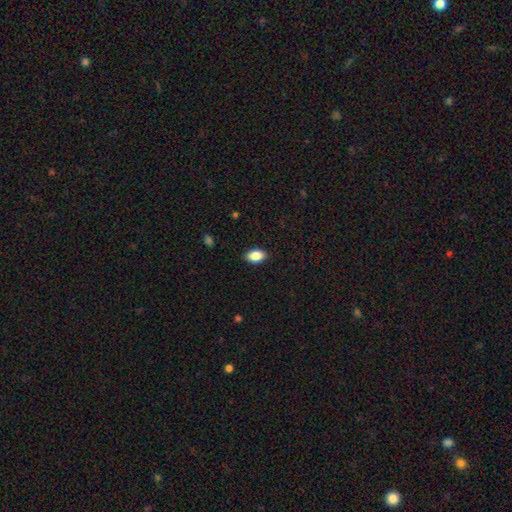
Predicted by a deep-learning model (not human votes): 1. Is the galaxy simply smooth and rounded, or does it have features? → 87% smooth, 8% star or artifact, 5% featured or disk.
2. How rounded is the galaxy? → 90% in between, 8% round, 2% cigar-shaped.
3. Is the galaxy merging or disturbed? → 88% none, 9% minor disturbance, 2% major disturbance, 1% merger.